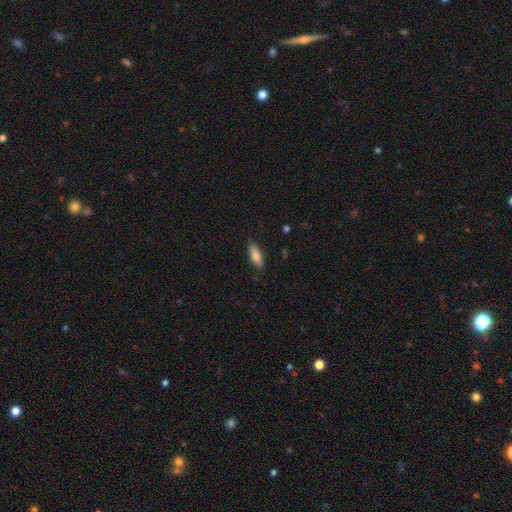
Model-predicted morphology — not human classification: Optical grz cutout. It shows a smooth galaxy with no disk features (80%) that is in between round and cigar-shaped (60%). Merging: none (85%).